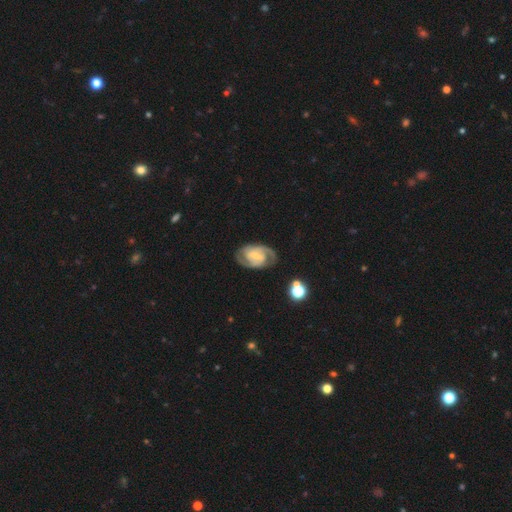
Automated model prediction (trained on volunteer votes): This is clearly a featured or disk galaxy (86%). It is clearly not viewed edge-on (97%). Bar: possibly weak (49%). Spiral arm pattern: clearly yes (96%). Spiral arm count: clearly 2 (84%). Spiral winding: possibly tight (47%). Central bulge: likely small (62%). Merging: likely none (77%).